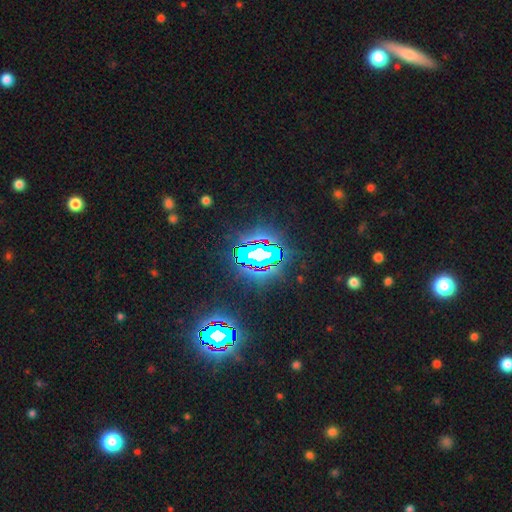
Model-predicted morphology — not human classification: Q: Smooth or featured?
A: star or artifact (80%); runner-up: smooth (11%)